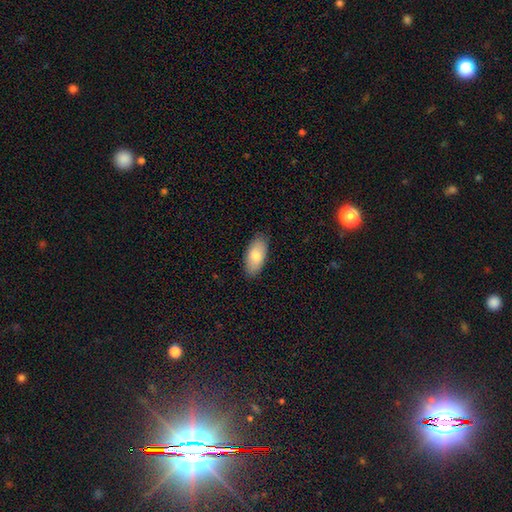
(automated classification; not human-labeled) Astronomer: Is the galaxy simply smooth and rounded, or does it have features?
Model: smooth — 75%.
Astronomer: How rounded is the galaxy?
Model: in between — 93%.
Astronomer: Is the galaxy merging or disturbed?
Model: none — 86%.